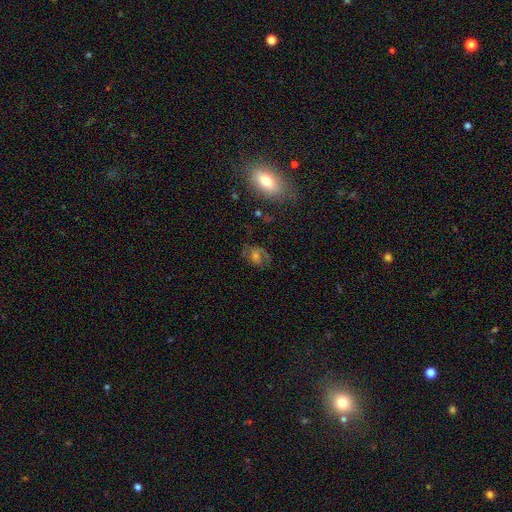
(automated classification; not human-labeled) A featured or disk galaxy (43%). Merging: none (63%).